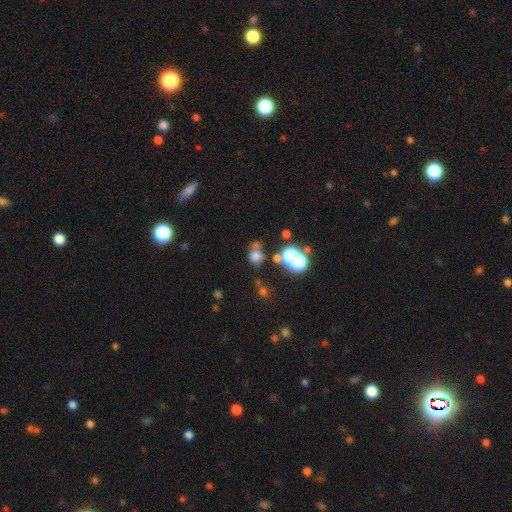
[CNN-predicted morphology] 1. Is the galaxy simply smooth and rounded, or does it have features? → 64% smooth, 23% star or artifact, 13% featured or disk.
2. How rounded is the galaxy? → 73% round, 25% in between, 1% cigar-shaped.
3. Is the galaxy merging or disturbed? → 50% none, 28% merger, 14% minor disturbance, 9% major disturbance.